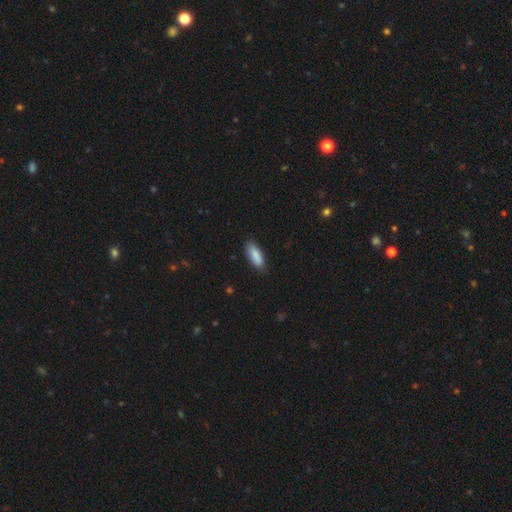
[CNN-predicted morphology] Smooth or featured?
  - smooth: 88% *
  - featured or disk: 6%
  - star or artifact: 6%
How rounded?
  - in between: 73% *
  - cigar-shaped: 25%
  - round: 2%
Merging?
  - none: 83% *
  - minor disturbance: 14%
  - major disturbance: 2%
  - merger: 1%